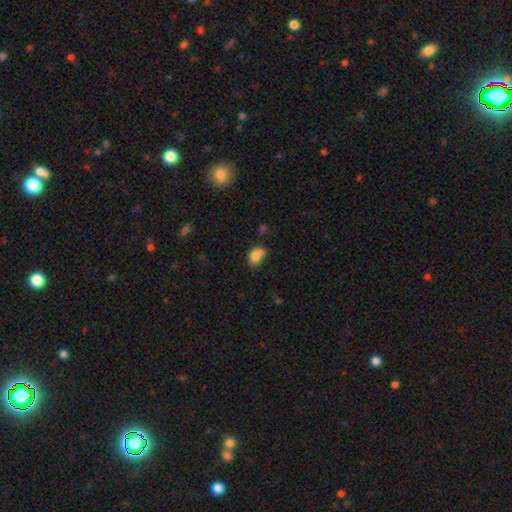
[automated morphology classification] Smooth or featured? Predicted: smooth (p=0.83). How rounded? Predicted: in between (p=0.78). Merging? Predicted: none (p=0.46).